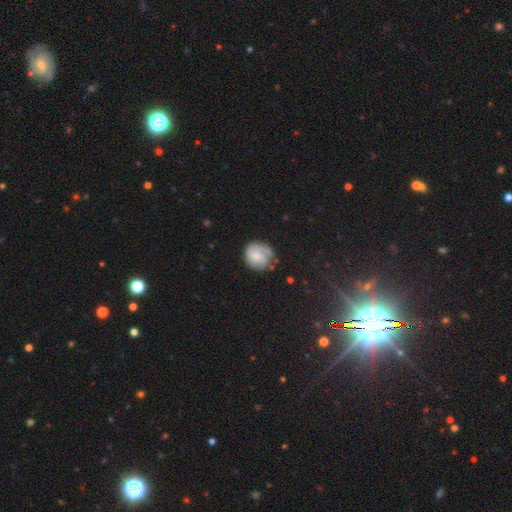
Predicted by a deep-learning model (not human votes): Q: Smooth or featured?
A: featured or disk (53%); runner-up: smooth (39%)
Q: Edge-on disk?
A: no (98%); runner-up: yes (2%)
Q: Bar?
A: no (67%); runner-up: weak (29%)
Q: Spiral arms?
A: yes (84%); runner-up: no (16%)
Q: Bulge size?
A: small (51%); runner-up: moderate (36%)
Q: Merging?
A: none (63%); runner-up: minor disturbance (24%)